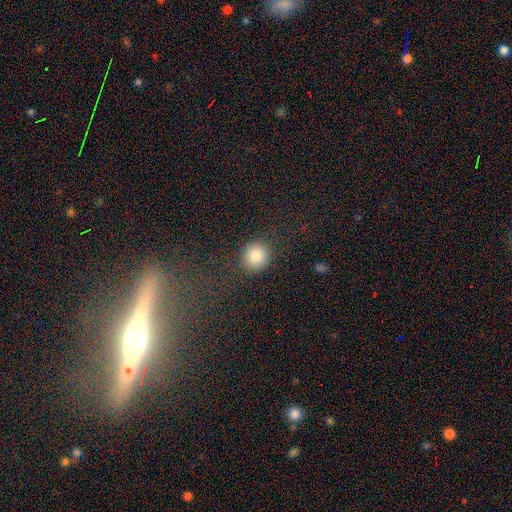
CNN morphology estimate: A smooth galaxy with no disk features (85%) that is round (85%). Merging: none (85%).